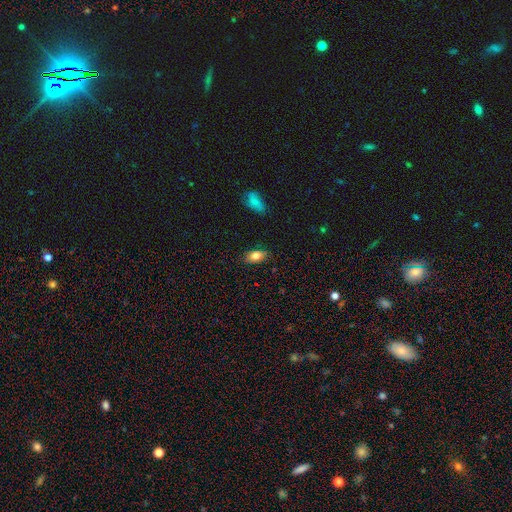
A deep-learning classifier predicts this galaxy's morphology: Smooth or featured? Predicted: smooth (p=0.81). How rounded? Predicted: in between (p=0.90). Merging? Predicted: none (p=0.83).